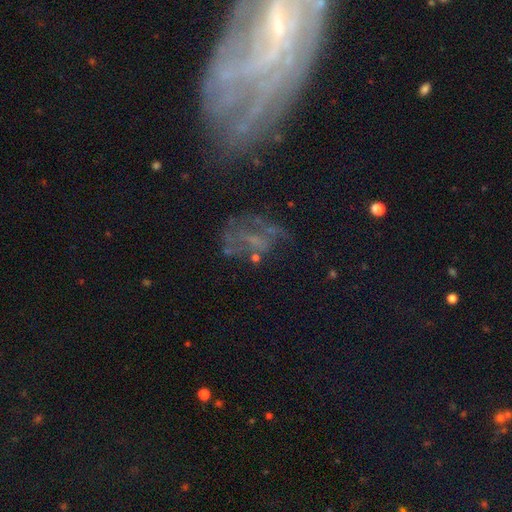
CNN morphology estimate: Smooth or featured: featured or disk — 60% (smooth — 21%)
Edge-on disk: no — 97% (yes — 3%)
Bar: no — 62% (weak — 29%)
Spiral arms: no — 57% (yes — 43%)
Bulge size: none — 57% (small — 25%)
Merging: none — 38% (major disturbance — 35%)